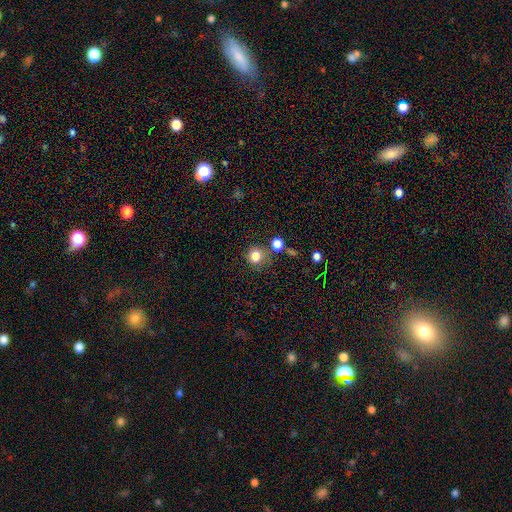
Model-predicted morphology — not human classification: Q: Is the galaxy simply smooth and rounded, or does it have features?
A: smooth — 81%.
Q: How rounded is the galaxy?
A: round — 87%.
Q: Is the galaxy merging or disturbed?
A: none — 74%.